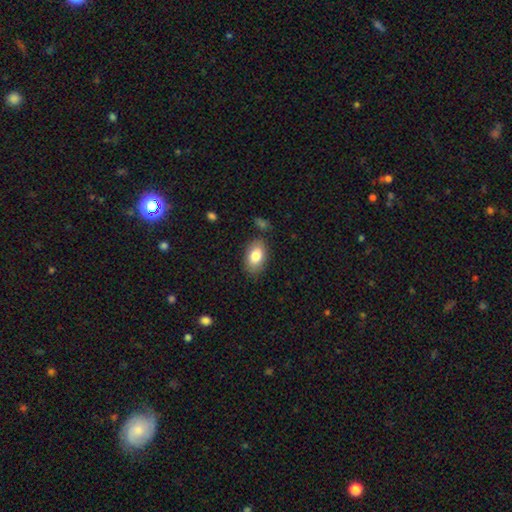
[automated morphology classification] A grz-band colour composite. It shows a smooth galaxy with no disk features (82%) that is in between round and cigar-shaped (90%). Merging: none (82%).